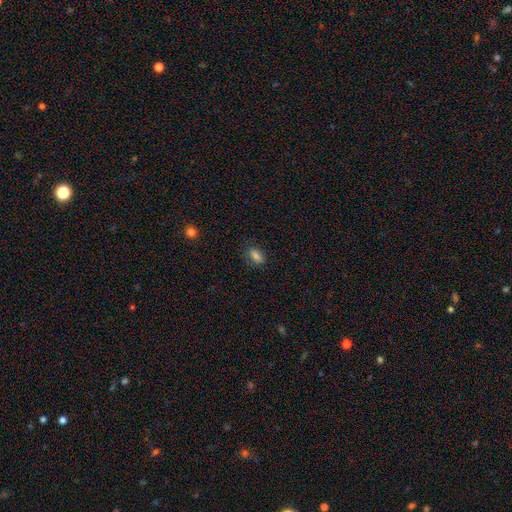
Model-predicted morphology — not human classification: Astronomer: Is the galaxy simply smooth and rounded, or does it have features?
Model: smooth — 80%.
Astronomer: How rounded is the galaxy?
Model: in between — 82%.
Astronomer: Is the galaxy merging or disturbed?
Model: none — 77%.